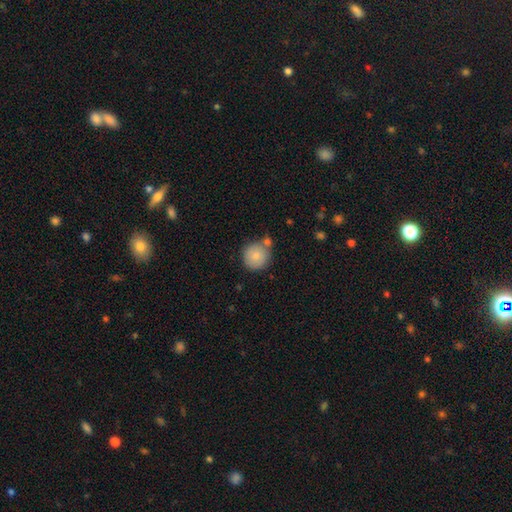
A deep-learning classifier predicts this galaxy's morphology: Overall: smooth (82%). How rounded: round (94%). Merging: none (67%).